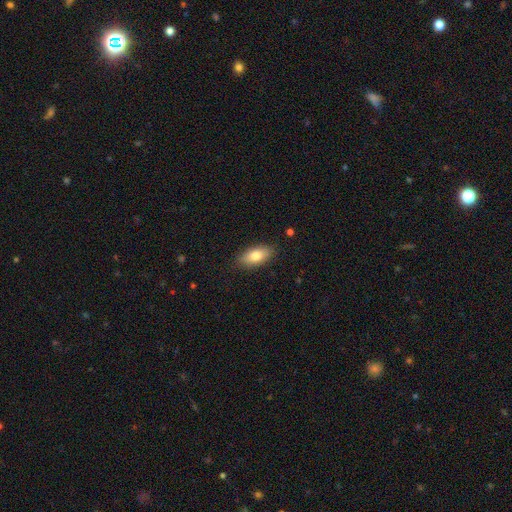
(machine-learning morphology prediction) smooth-or-featured: smooth: 80% | featured or disk: 13% | star or artifact: 7%
  how-rounded: in between: 89% | cigar-shaped: 8% | round: 4%
  merging: none: 86% | minor disturbance: 11% | major disturbance: 2% | merger: 1%